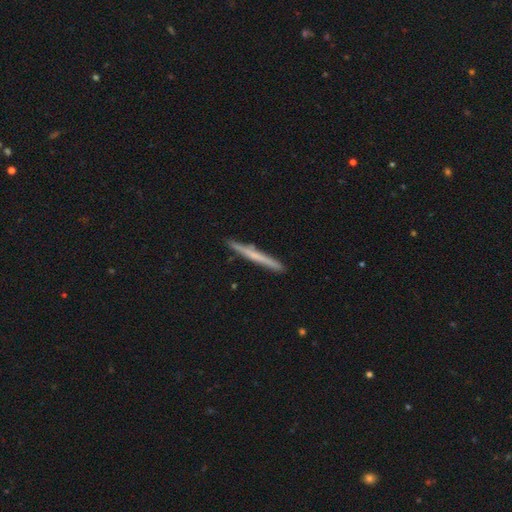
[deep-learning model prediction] smooth-or-featured: smooth: 50% | featured or disk: 44% | star or artifact: 6%
  merging: none: 90% | minor disturbance: 8% | major disturbance: 1% | merger: 1%